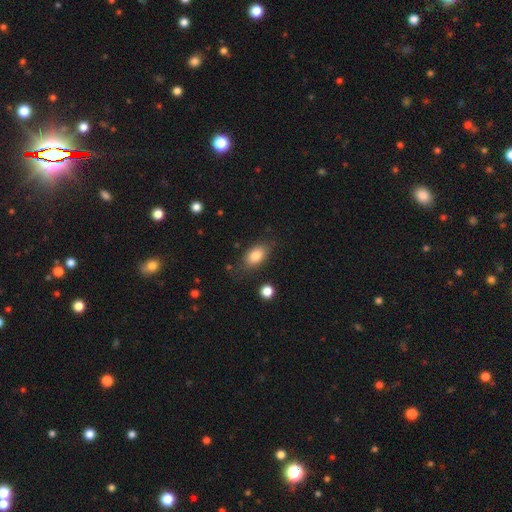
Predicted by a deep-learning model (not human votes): Smooth or featured: smooth — 82% (featured or disk — 10%)
How rounded: in between — 88% (round — 9%)
Merging: none — 75% (minor disturbance — 17%)